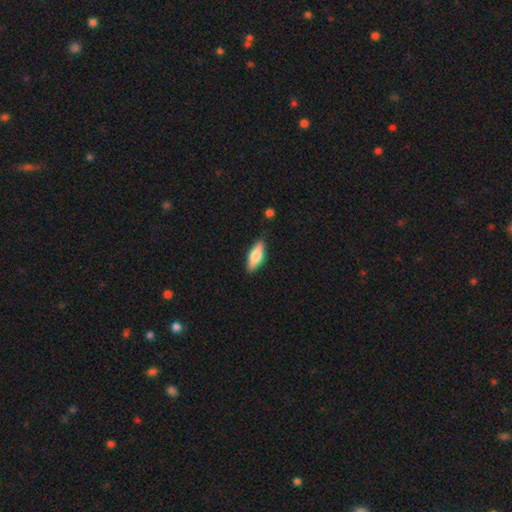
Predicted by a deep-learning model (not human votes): Smooth or featured: smooth — 67% (featured or disk — 28%)
How rounded: in between — 65% (cigar-shaped — 33%)
Merging: none — 84% (minor disturbance — 12%)